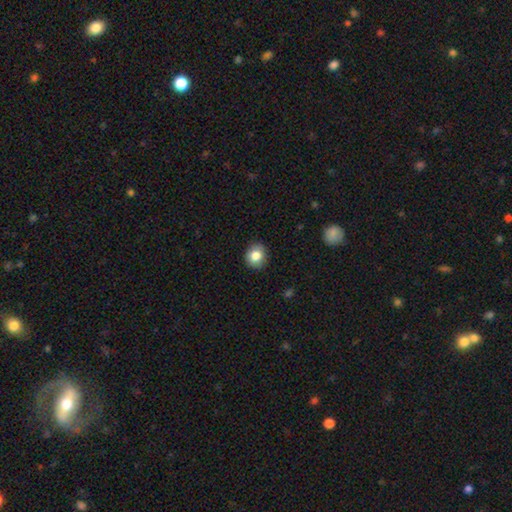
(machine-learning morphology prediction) smooth 83%, star or artifact 9%, featured or disk 8%. Down the decision tree: how rounded — round (74%); merging — none (88%).